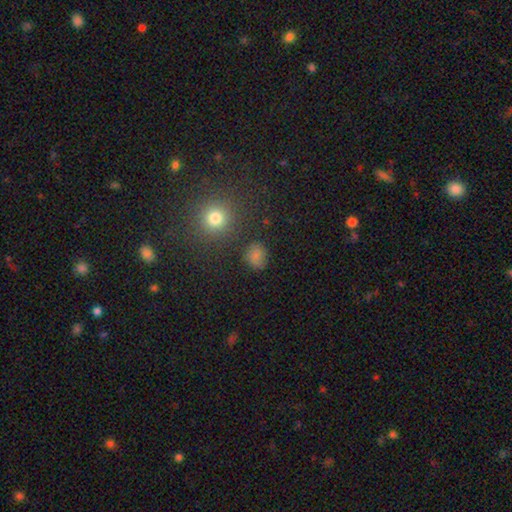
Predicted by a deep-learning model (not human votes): A smooth galaxy with no disk features (74%) that is round (75%). Merging: none (79%).